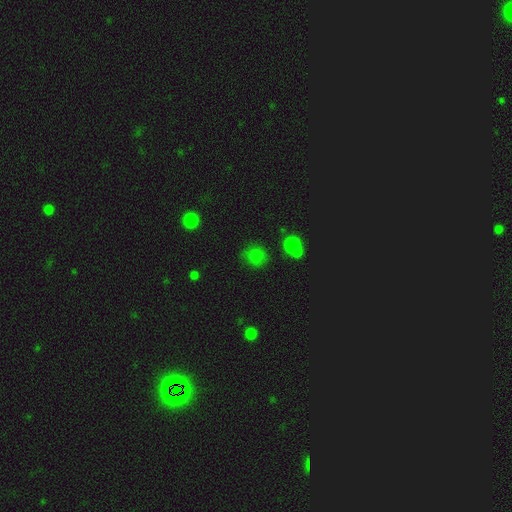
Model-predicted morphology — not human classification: Smooth or featured: smooth — 77% (star or artifact — 16%)
How rounded: round — 83% (in between — 16%)
Merging: none — 69% (minor disturbance — 17%)